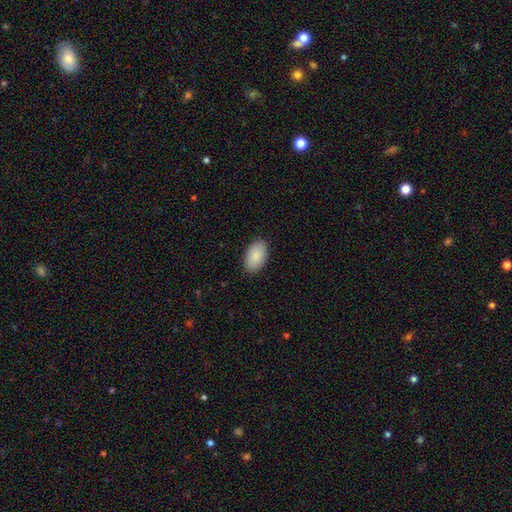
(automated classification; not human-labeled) This appears to be a smooth galaxy with no disk features (89%) that is in between round and cigar-shaped (95%). Merging: none (89%).